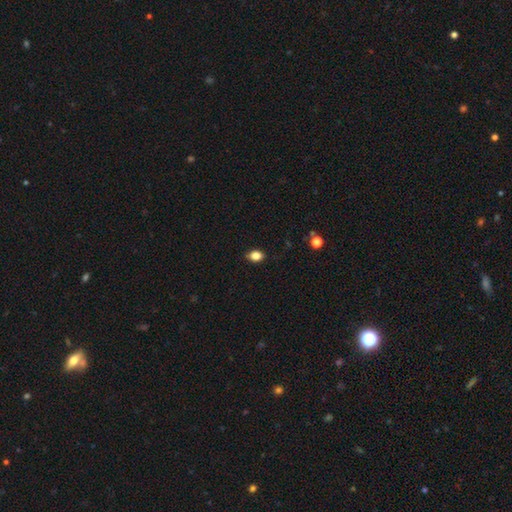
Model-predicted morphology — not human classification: Smooth or featured? smooth (84%)
How rounded? in between (68%)
Merging? none (84%)